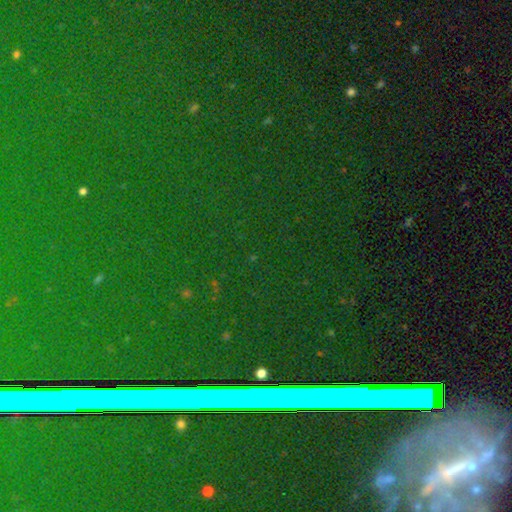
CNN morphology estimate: The model was most divided on "smooth or featured": star or artifact: 81%, smooth: 10%, featured or disk: 9%.